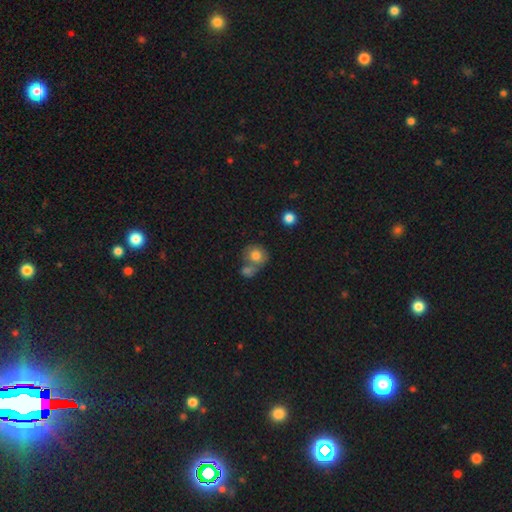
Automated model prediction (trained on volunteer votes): Smooth or featured: smooth — 76% (featured or disk — 15%)
How rounded: round — 79% (in between — 20%)
Merging: none — 42% (merger — 40%)